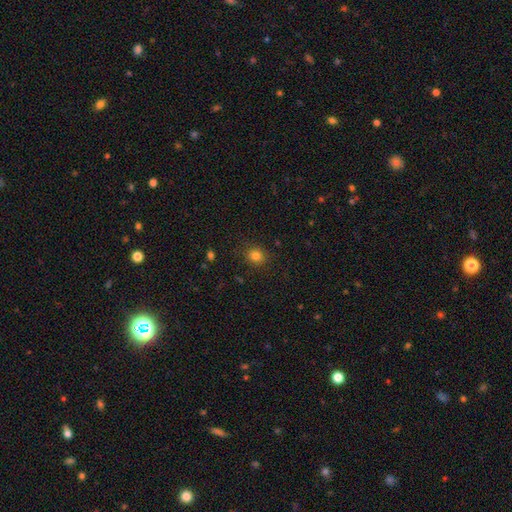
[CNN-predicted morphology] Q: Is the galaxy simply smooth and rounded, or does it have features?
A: smooth — 81%.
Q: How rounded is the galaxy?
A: round — 79%.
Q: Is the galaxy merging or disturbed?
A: none — 87%.